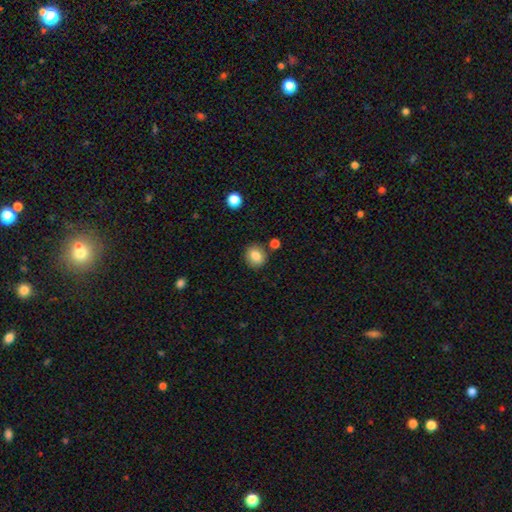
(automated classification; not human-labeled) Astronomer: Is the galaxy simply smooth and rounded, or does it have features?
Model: smooth — 83%.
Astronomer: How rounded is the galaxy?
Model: round — 73%.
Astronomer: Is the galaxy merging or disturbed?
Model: none — 84%.